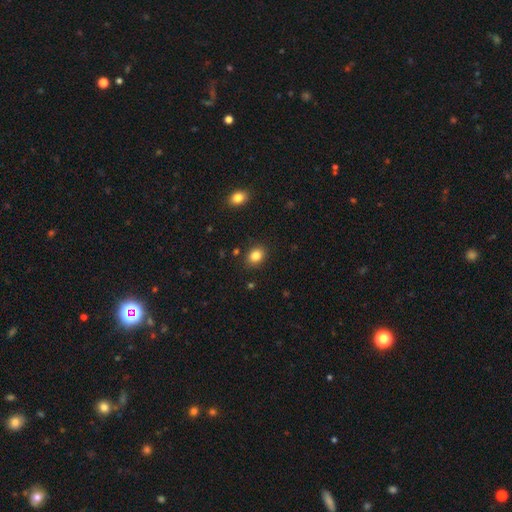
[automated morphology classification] Q: Smooth or featured?
A: smooth (84%); runner-up: star or artifact (10%)
Q: How rounded?
A: in between (53%); runner-up: round (46%)
Q: Merging?
A: none (87%); runner-up: minor disturbance (9%)